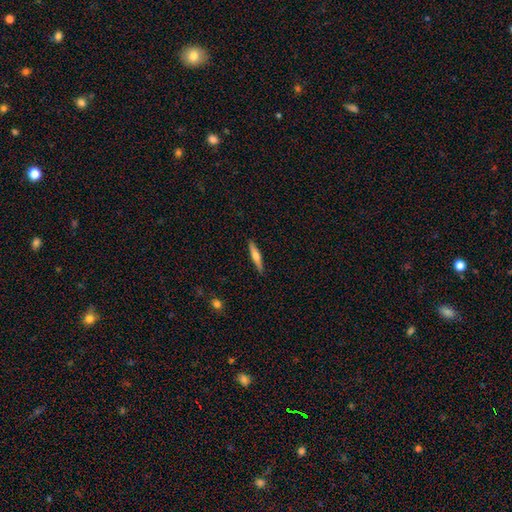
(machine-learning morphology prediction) smooth 47% (tied), featured or disk 47% (tied), star or artifact 6%. Down the decision tree: merging — none (90%).